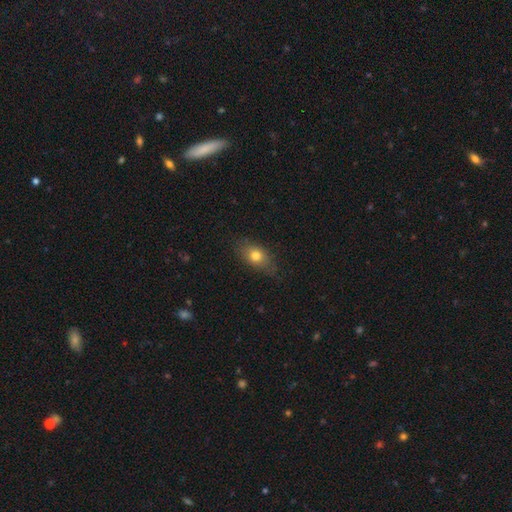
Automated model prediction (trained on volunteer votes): Smooth or featured? smooth (75%)
How rounded? in between (74%)
Merging? none (77%)